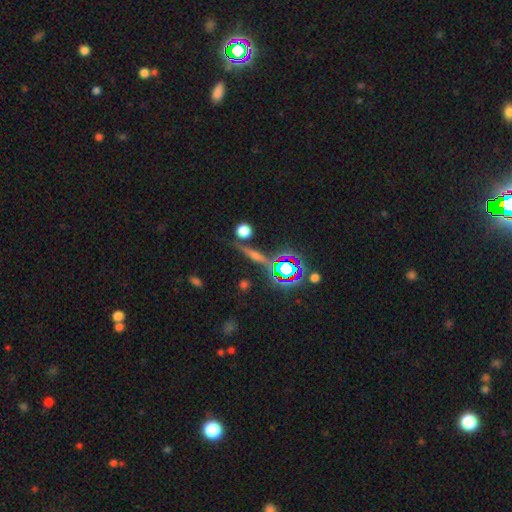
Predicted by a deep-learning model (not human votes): Smooth or featured? featured or disk (47%)
Merging? none (85%)